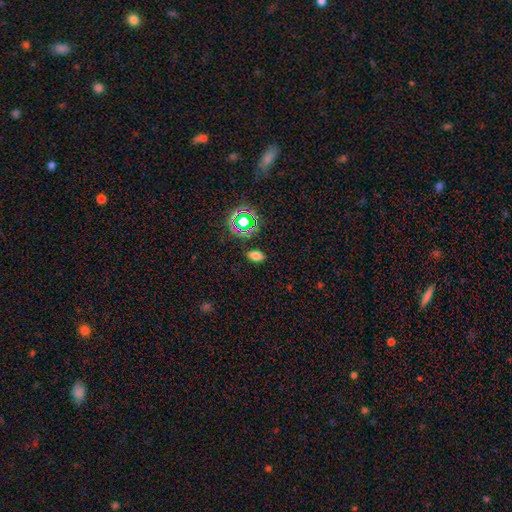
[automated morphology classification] Overall: smooth (71%). How rounded: in between (86%). Merging: none (85%).